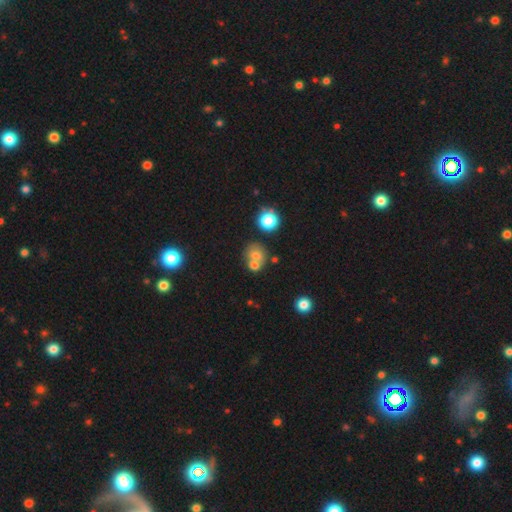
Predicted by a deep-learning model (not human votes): A smooth galaxy with no disk features (66%) that is round (69%). Merging: merger (48%).